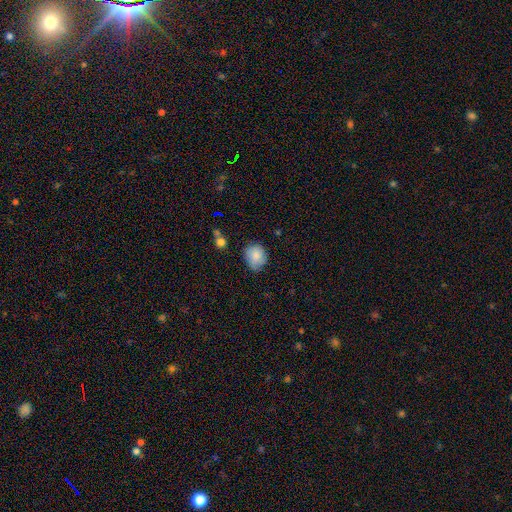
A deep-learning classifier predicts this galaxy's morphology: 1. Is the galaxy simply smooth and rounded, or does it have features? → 83% smooth, 9% featured or disk, 8% star or artifact.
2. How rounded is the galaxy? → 64% round, 35% in between, 1% cigar-shaped.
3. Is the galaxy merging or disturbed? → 67% none, 26% minor disturbance, 5% major disturbance, 2% merger.